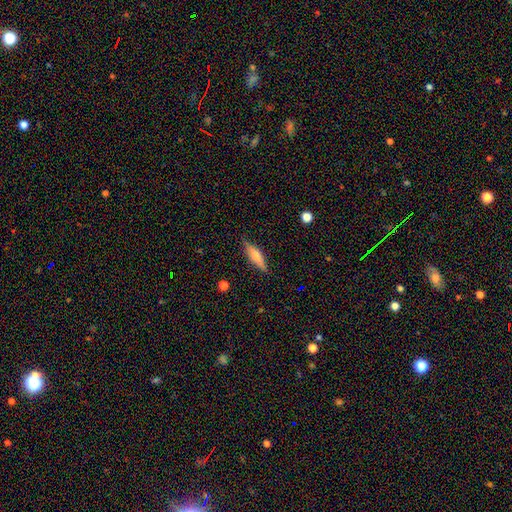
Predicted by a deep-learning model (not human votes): smooth_or_featured: featured or disk (p=0.50) [alt: smooth p=0.43]
merging: none (p=0.88) [alt: minor disturbance p=0.09]